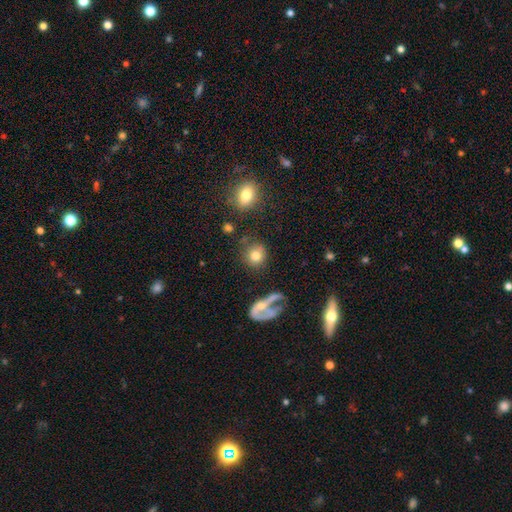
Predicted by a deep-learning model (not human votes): Smooth or featured? smooth (77%)
How rounded? round (84%)
Merging? none (69%)